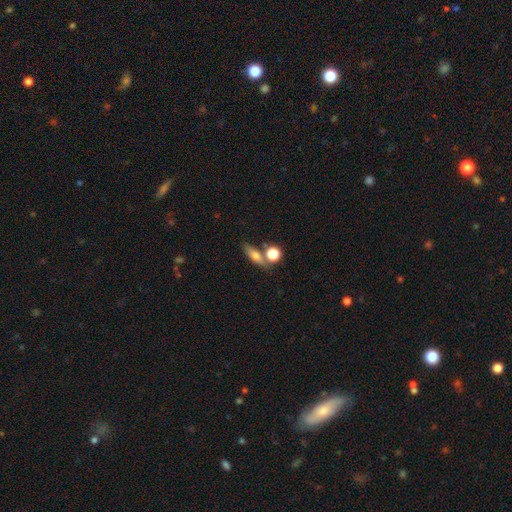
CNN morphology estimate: smooth_or_featured: smooth (p=0.68) [alt: featured or disk p=0.21]
how_rounded: in between (p=0.48) [alt: cigar-shaped p=0.33]
merging: none (p=0.58) [alt: merger p=0.25]